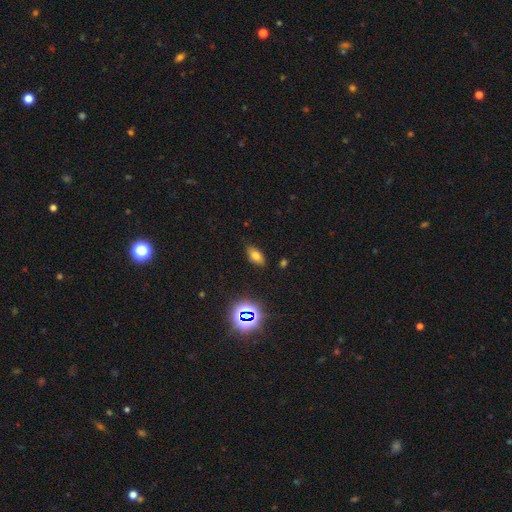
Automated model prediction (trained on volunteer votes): smooth 68%, star or artifact 18%, featured or disk 14%. Down the decision tree: how rounded — in between (87%); merging — none (83%).